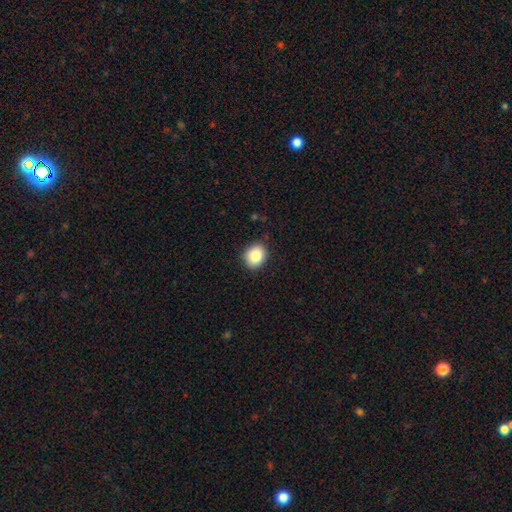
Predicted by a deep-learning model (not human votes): The model was most divided on "how rounded": round: 64%, in between: 36%, cigar-shaped: 1%. More confident: merging — none (89%); smooth or featured — smooth (85%).